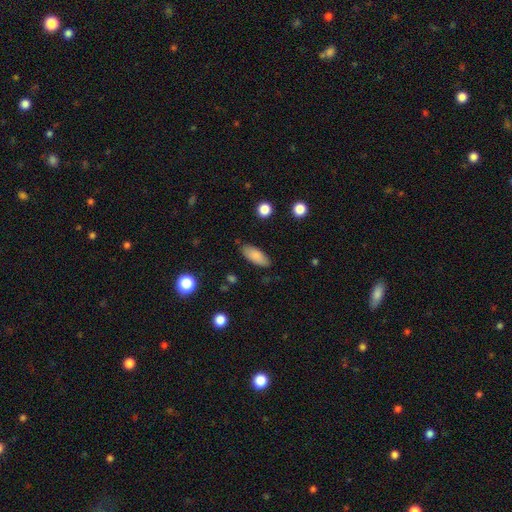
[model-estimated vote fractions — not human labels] Smooth or featured: smooth — 86% (star or artifact — 7%)
How rounded: in between — 80% (cigar-shaped — 18%)
Merging: none — 84% (minor disturbance — 12%)